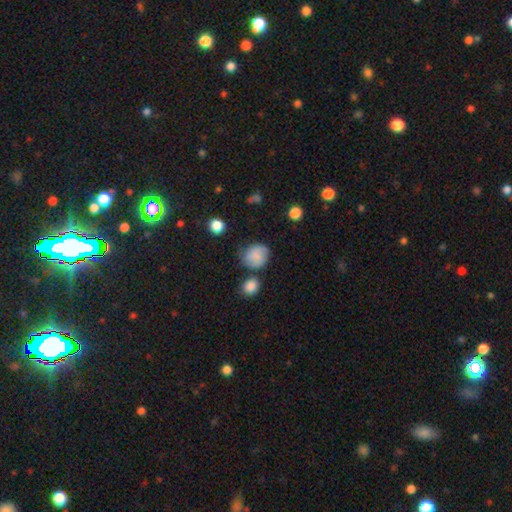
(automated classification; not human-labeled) Morphology: type=smooth (78%); roundness=round (66%); merging=none (62%).